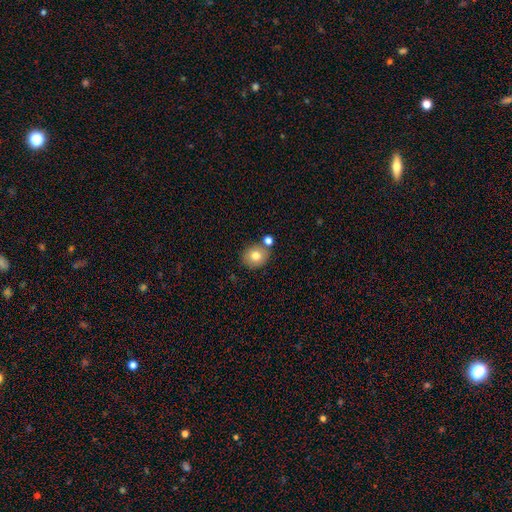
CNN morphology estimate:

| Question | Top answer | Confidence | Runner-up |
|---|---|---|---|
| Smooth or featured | smooth | 78% | featured or disk (12%) |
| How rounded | round | 77% | in between (22%) |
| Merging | none | 70% | merger (17%) |